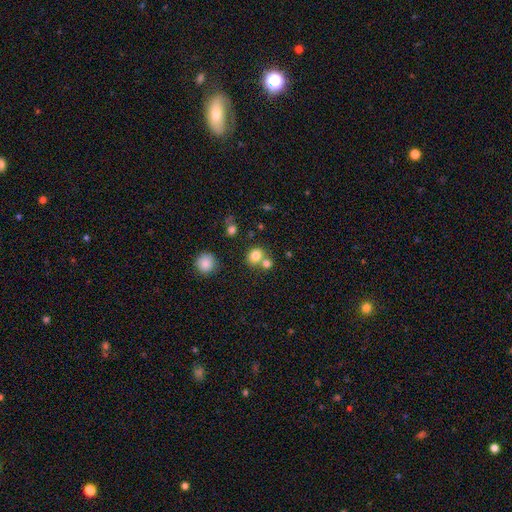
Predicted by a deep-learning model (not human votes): Overall: smooth (80%). How rounded: round (74%). Merging: none (54%; merger 35%).